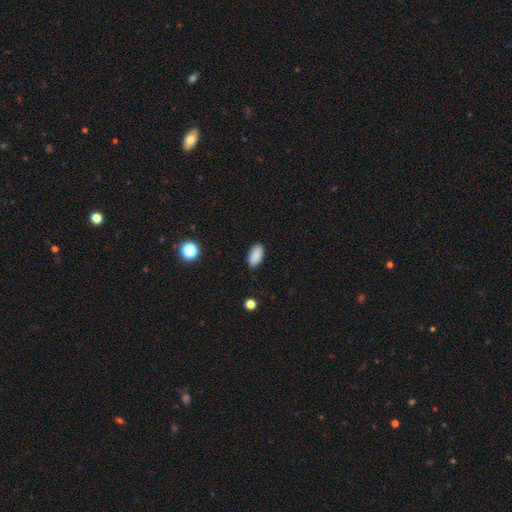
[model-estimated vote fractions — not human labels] This appears to be a smooth galaxy with no disk features (88%) that is in between round and cigar-shaped (93%). Merging: none (87%).